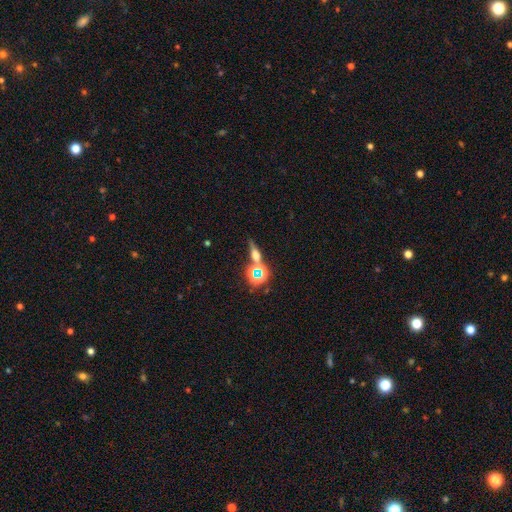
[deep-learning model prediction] Morphology: type=featured or disk (36%); merging=none (66%).